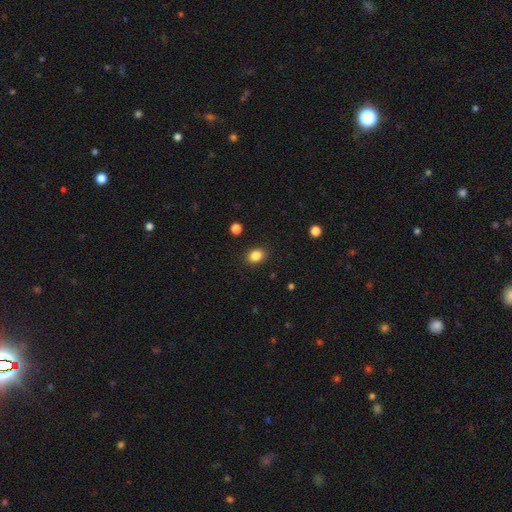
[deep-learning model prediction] Smooth or featured?
  - smooth: 85% *
  - star or artifact: 10%
  - featured or disk: 4%
How rounded?
  - in between: 60% *
  - round: 39%
  - cigar-shaped: 1%
Merging?
  - none: 89% *
  - minor disturbance: 8%
  - major disturbance: 2%
  - merger: 1%